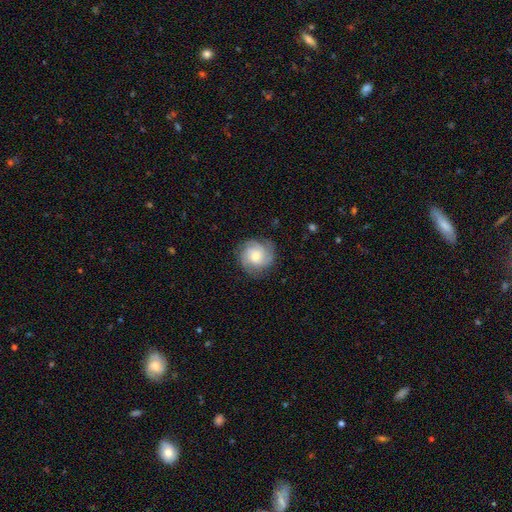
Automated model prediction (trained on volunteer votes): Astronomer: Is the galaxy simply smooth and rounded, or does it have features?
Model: featured or disk — 64%.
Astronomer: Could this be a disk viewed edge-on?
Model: no — 98%.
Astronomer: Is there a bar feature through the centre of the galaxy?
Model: no — 75%.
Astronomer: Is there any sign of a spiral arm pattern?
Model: yes — 93%.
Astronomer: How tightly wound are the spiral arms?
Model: tight — 56% (runner-up: medium, 34%).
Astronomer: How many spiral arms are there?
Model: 3 — 40% (runner-up: can't tell, 22%).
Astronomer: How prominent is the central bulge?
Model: moderate — 53% (runner-up: small, 36%).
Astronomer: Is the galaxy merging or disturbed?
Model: none — 78%.